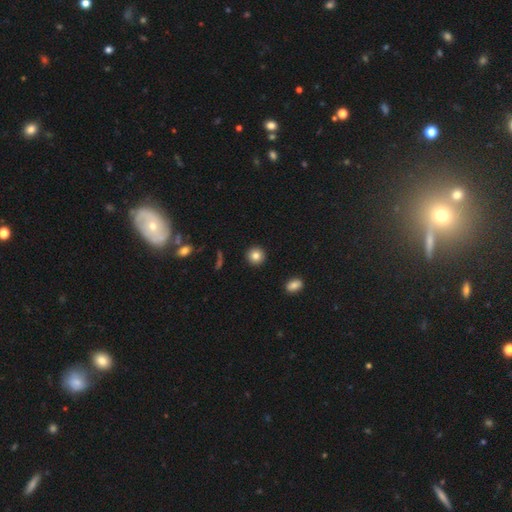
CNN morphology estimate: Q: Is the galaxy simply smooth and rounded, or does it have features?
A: smooth — 84%.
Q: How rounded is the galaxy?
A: round — 93%.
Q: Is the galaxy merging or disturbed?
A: none — 93%.